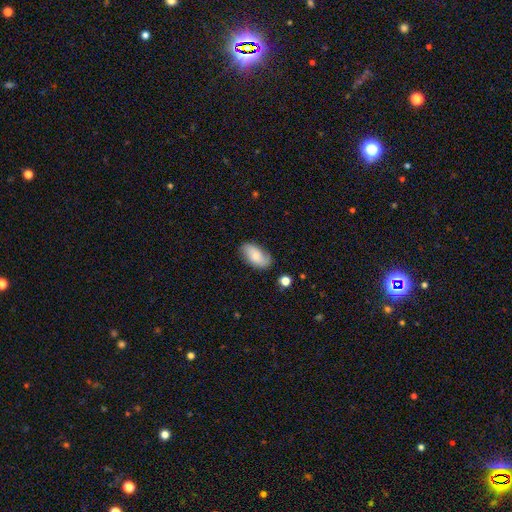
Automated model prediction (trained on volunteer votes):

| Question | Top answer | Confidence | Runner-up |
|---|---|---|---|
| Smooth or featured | smooth | 66% | featured or disk (27%) |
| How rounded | in between | 93% | round (4%) |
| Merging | none | 72% | minor disturbance (21%) |